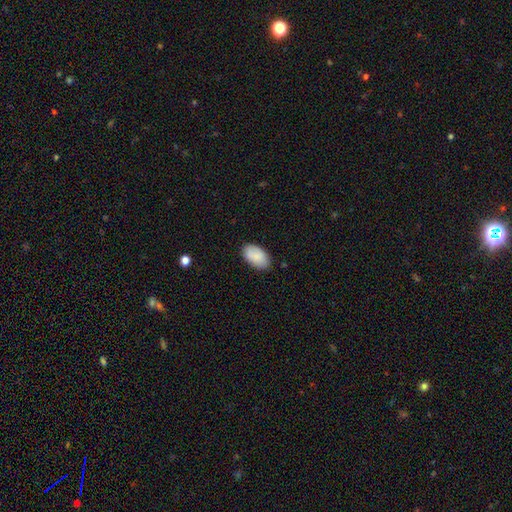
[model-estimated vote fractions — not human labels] The model was most divided on "merging": none: 83%, minor disturbance: 13%, major disturbance: 3%, merger: 1%. More confident: how rounded — in between (95%); smooth or featured — smooth (88%).